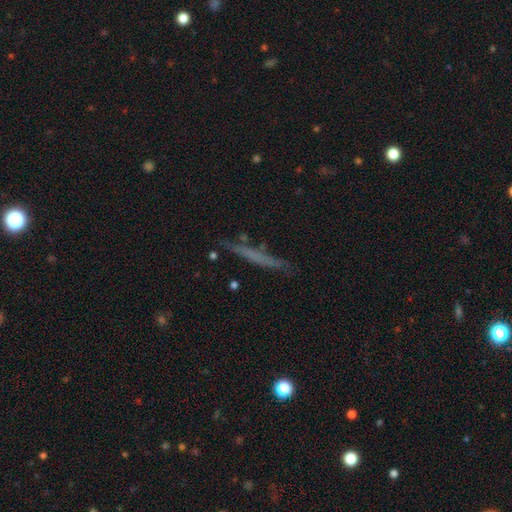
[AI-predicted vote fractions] Overall: smooth (48%; featured or disk 43%). Merging: none (81%).